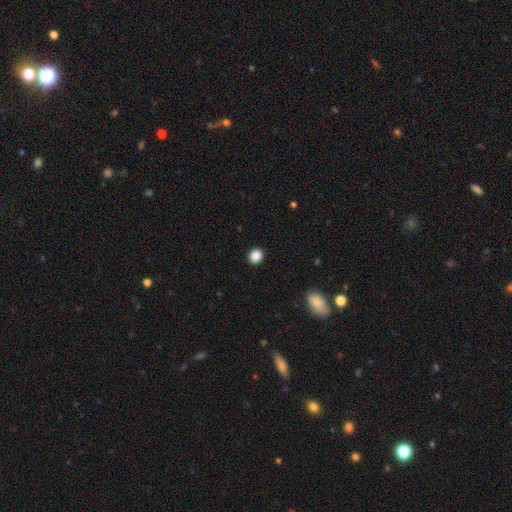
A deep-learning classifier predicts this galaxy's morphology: Smooth or featured? Predicted: smooth (p=0.88). How rounded? Predicted: round (p=0.87). Merging? Predicted: none (p=0.92).